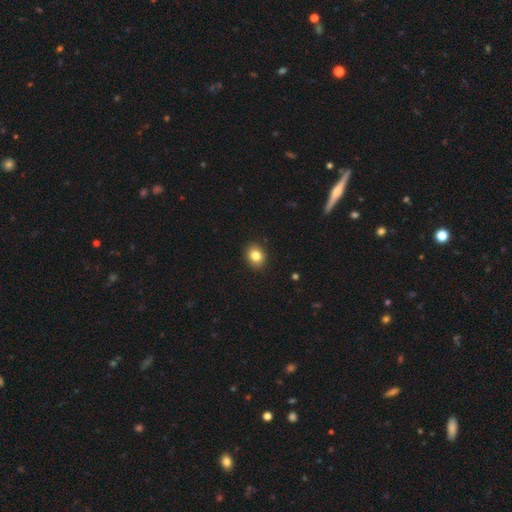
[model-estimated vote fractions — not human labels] smooth_or_featured: smooth (p=0.82) [alt: star or artifact p=0.10]
how_rounded: round (p=0.57) [alt: in between p=0.42]
merging: none (p=0.90) [alt: minor disturbance p=0.07]